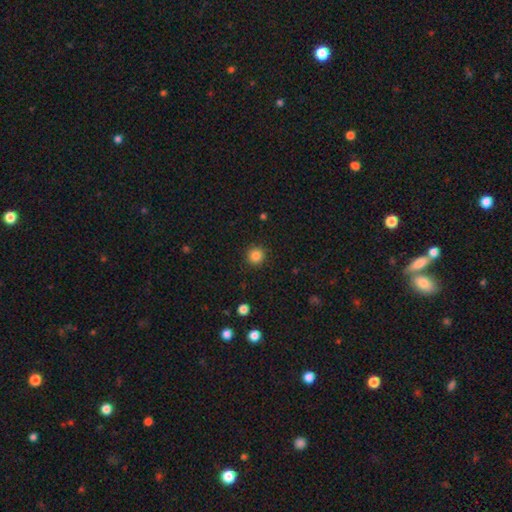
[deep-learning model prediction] Smooth or featured? smooth (86%)
How rounded? round (94%)
Merging? none (91%)